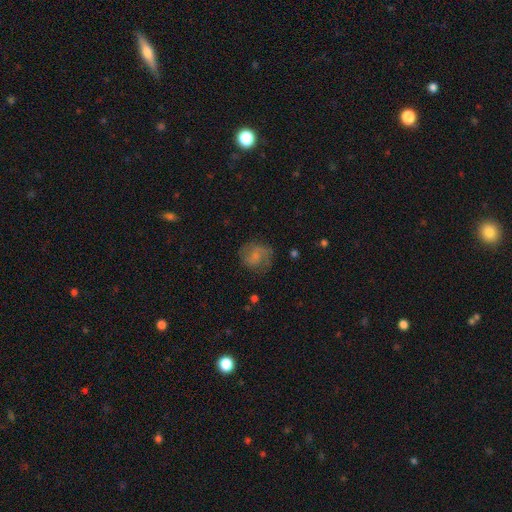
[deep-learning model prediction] smooth_or_featured: smooth (p=0.48) [alt: featured or disk p=0.42]
merging: none (p=0.67) [alt: minor disturbance p=0.20]